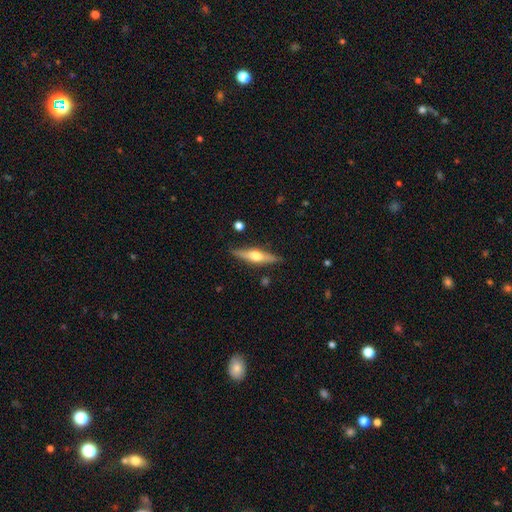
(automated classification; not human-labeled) Smooth or featured? Predicted: featured or disk (p=0.63). Edge-on disk? Predicted: yes (p=0.95). Edge-on bulge? Predicted: rounded (p=0.92). Merging? Predicted: none (p=0.85).